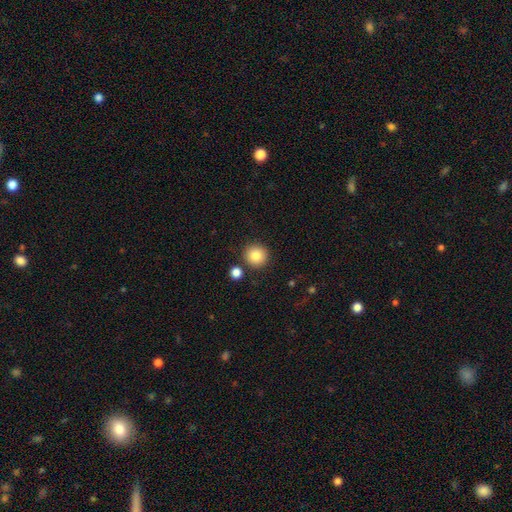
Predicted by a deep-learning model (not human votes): Overall: smooth (84%). How rounded: round (94%). Merging: none (87%).